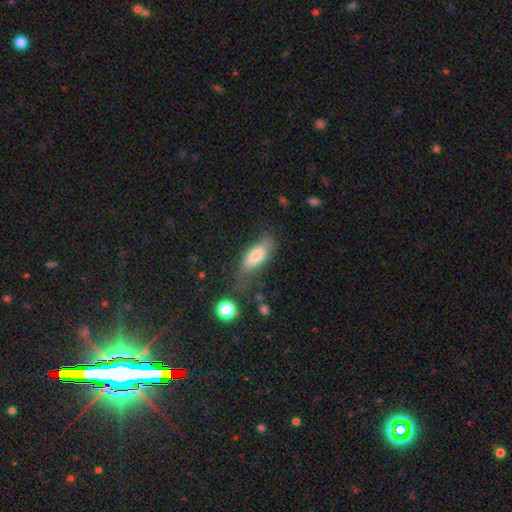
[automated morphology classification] Smooth or featured: smooth — 76% (featured or disk — 17%)
How rounded: in between — 73% (cigar-shaped — 25%)
Merging: none — 52% (minor disturbance — 29%)